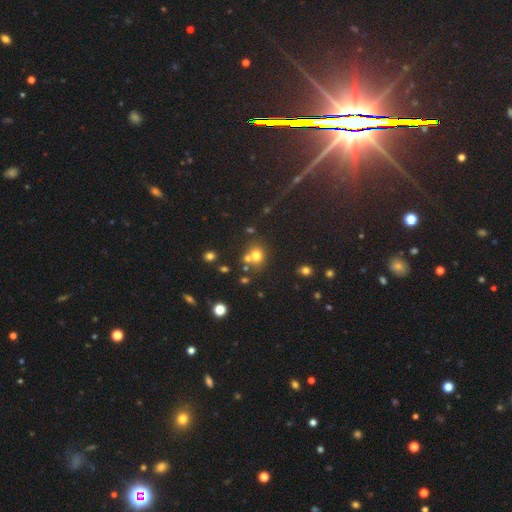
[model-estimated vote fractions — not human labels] Smooth or featured? Predicted: smooth (p=0.70). How rounded? Predicted: round (p=0.74). Merging? Predicted: none (p=0.57).